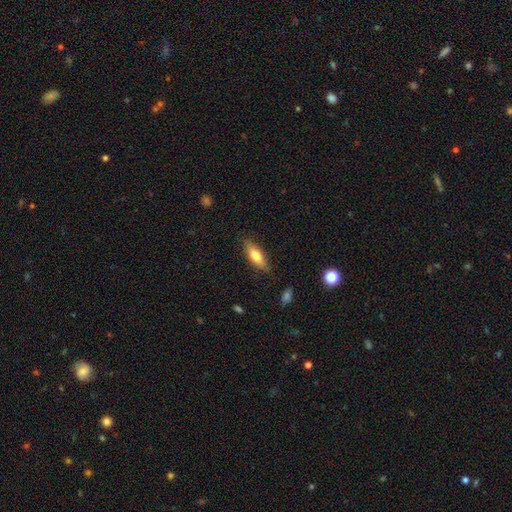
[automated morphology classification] A smooth galaxy with no disk features (72%) that is in between round and cigar-shaped (59%). Merging: none (81%).